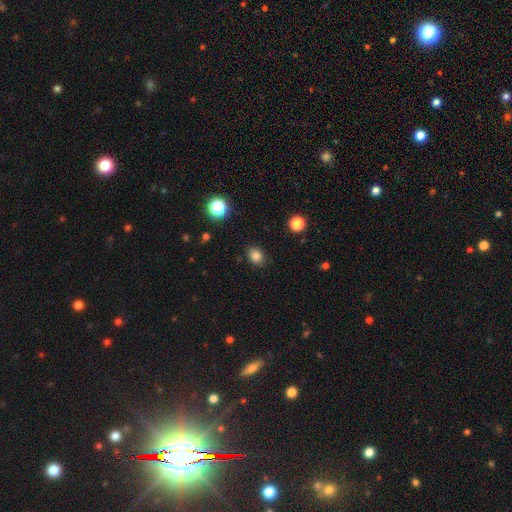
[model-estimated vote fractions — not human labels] A smooth galaxy with no disk features (83%) that is round (51%). Merging: none (87%).